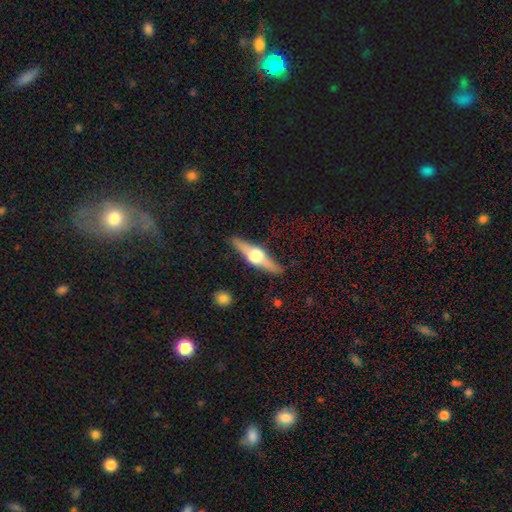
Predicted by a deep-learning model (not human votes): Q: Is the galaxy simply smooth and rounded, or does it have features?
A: featured or disk — 78%.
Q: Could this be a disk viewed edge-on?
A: yes — 97%.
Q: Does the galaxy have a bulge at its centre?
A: rounded — 94%.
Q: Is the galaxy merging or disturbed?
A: none — 89%.